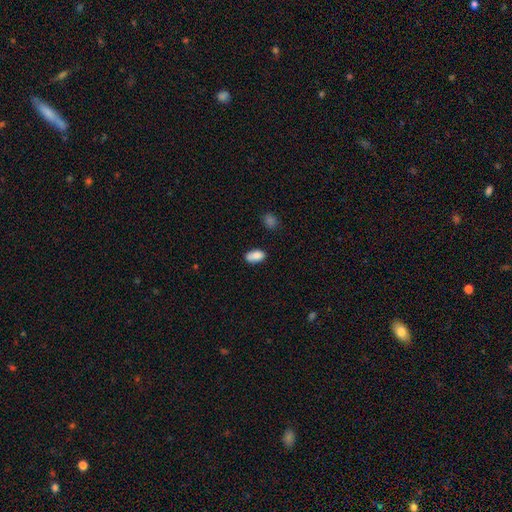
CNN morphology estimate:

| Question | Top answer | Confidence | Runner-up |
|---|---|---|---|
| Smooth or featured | smooth | 86% | star or artifact (8%) |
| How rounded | in between | 92% | round (5%) |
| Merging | none | 70% | minor disturbance (21%) |